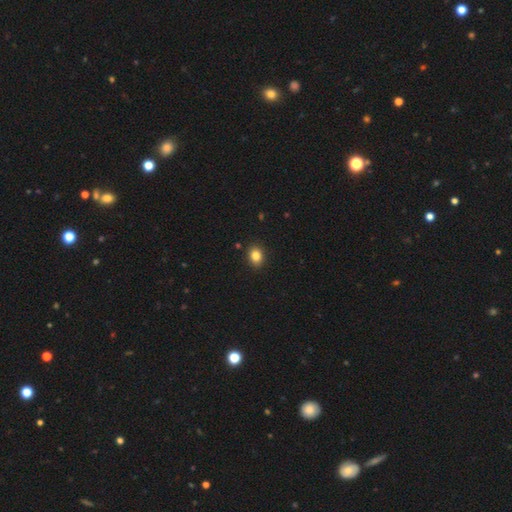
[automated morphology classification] smooth 85%, star or artifact 10%, featured or disk 5%. Down the decision tree: how rounded — in between (59%); merging — none (89%).